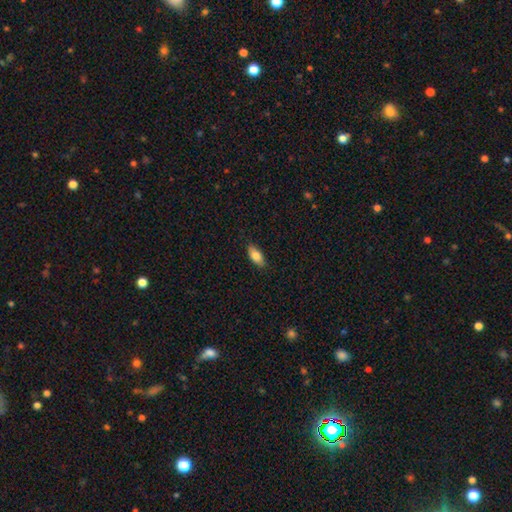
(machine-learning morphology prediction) smooth 82%, featured or disk 12%, star or artifact 7%. Down the decision tree: how rounded — in between (85%); merging — none (86%).